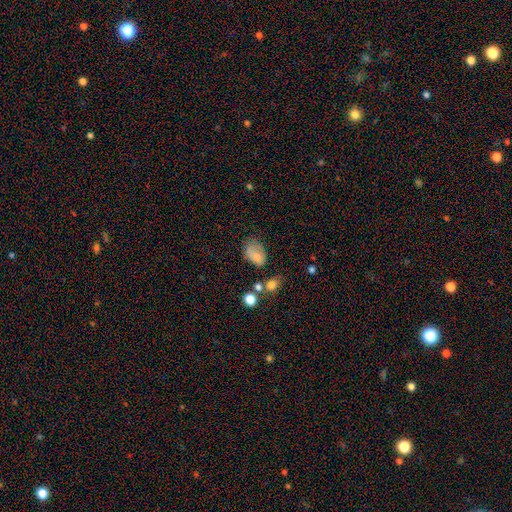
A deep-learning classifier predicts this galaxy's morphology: Smooth or featured? Predicted: smooth (p=0.75). How rounded? Predicted: in between (p=0.86). Merging? Predicted: none (p=0.42).